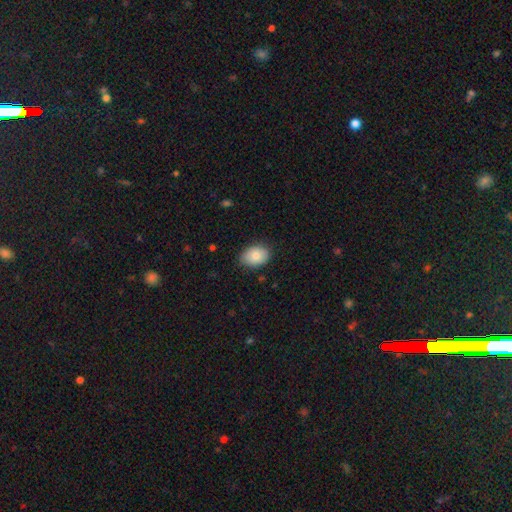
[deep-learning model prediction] Smooth or featured? smooth (83%)
How rounded? in between (75%)
Merging? none (78%)